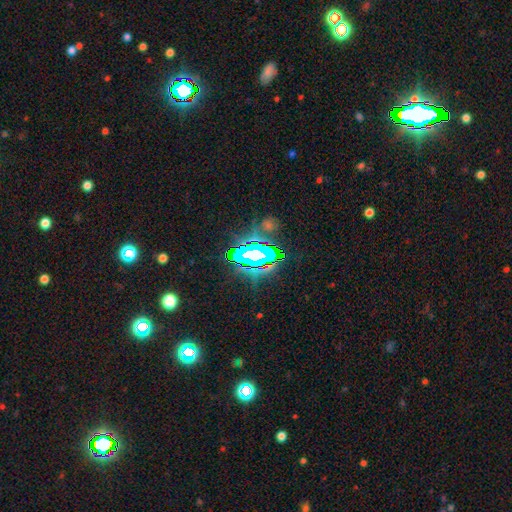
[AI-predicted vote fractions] Overall: star or artifact (67%).